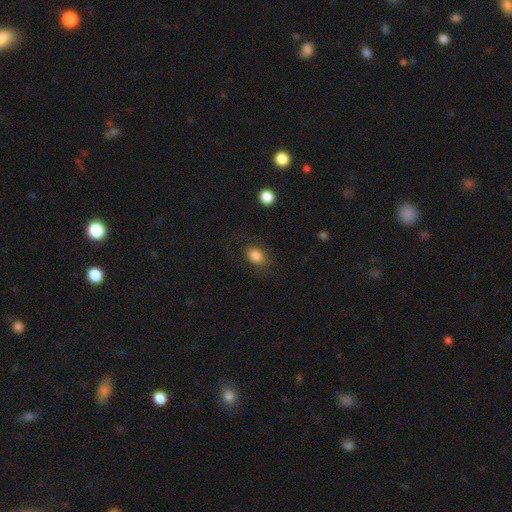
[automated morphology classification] A smooth galaxy with no disk features (84%) that is in between round and cigar-shaped (74%).

Vote fractions:
- Smooth or featured? smooth: 84% / star or artifact: 9% / featured or disk: 7%
- How rounded? in between: 74% / round: 24% / cigar-shaped: 1%
- Merging? none: 78% / minor disturbance: 14% / major disturbance: 7% / merger: 1%